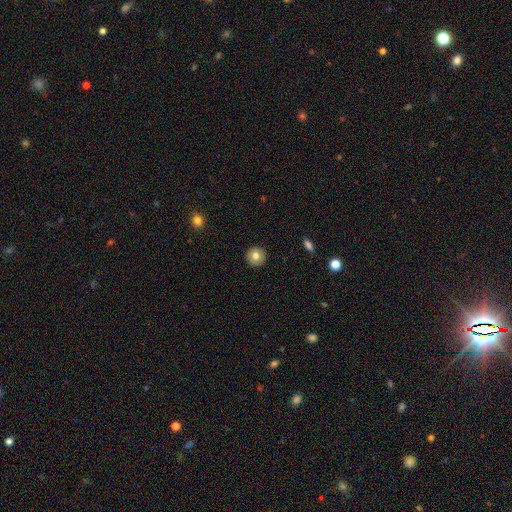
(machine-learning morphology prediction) This appears to be a smooth galaxy with no disk features (76%) that is round (93%). Merging: none (91%).